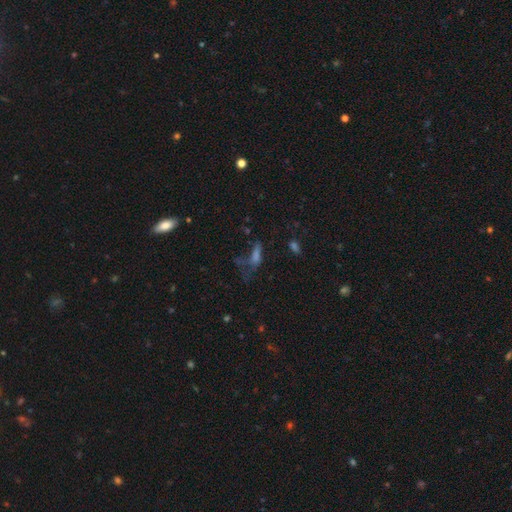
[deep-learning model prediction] Smooth or featured: smooth — 41% (star or artifact — 30%)
Merging: none — 38% (major disturbance — 34%)